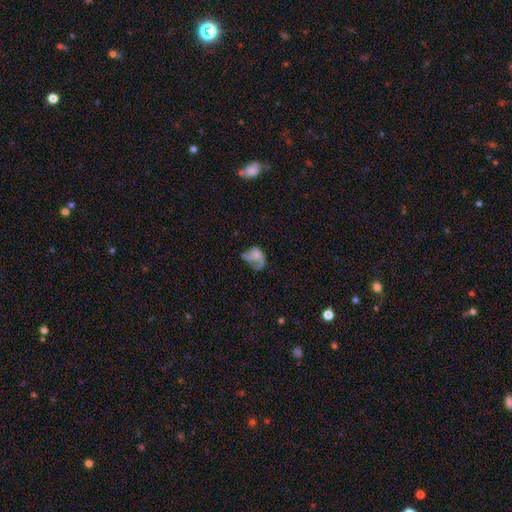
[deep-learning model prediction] Smooth or featured? featured or disk (45%)
Merging? major disturbance (44%)